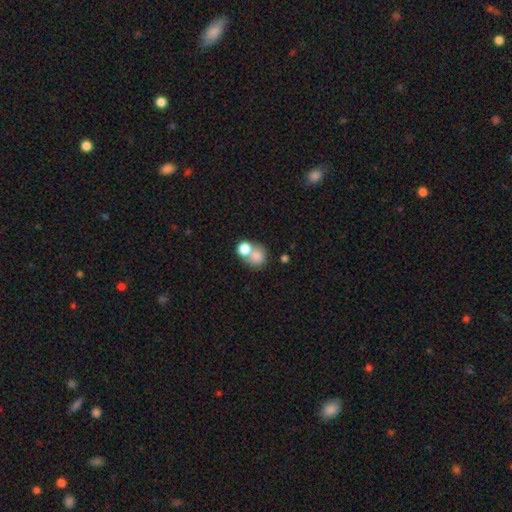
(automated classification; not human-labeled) A smooth galaxy with no disk features (77%) that is round (74%).

Vote fractions:
- Smooth or featured? smooth: 77% / featured or disk: 13% / star or artifact: 11%
- How rounded? round: 74% / in between: 25% / cigar-shaped: 1%
- Merging? merger: 52% / none: 35% / minor disturbance: 8% / major disturbance: 5%